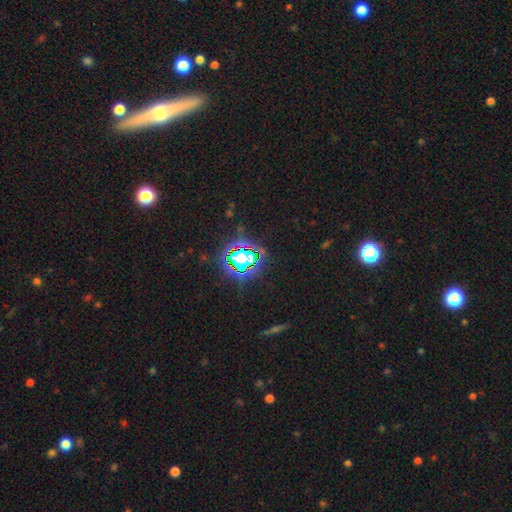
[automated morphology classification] smooth_or_featured: star or artifact (p=0.74) [alt: smooth p=0.14]